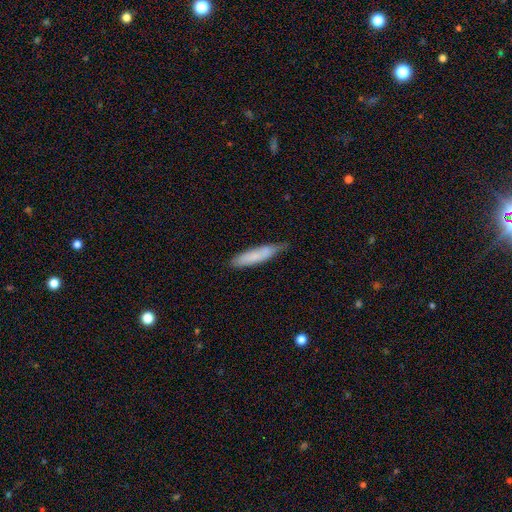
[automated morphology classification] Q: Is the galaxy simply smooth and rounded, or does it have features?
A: smooth — 75%.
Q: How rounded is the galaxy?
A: cigar-shaped — 80%.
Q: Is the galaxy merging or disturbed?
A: none — 65%.